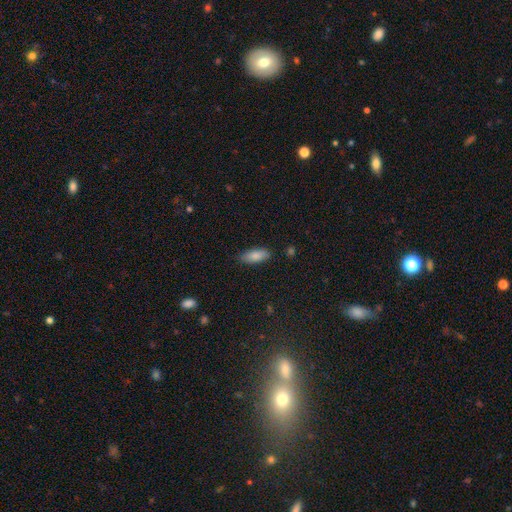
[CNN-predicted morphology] Smooth or featured?
  - smooth: 86% *
  - featured or disk: 7%
  - star or artifact: 7%
How rounded?
  - in between: 75% *
  - cigar-shaped: 23%
  - round: 2%
Merging?
  - none: 85% *
  - minor disturbance: 11%
  - major disturbance: 2%
  - merger: 1%